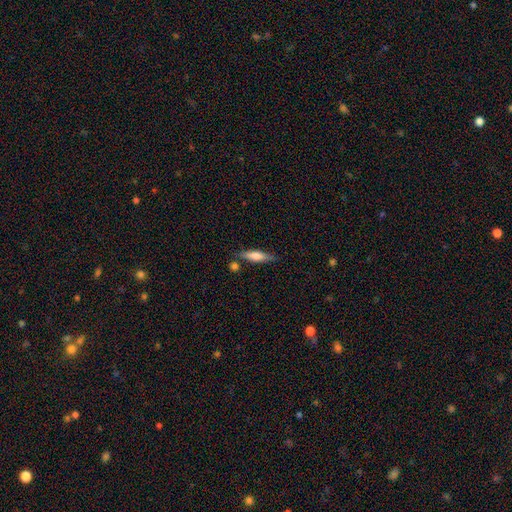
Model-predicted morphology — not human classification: A smooth galaxy with no disk features (60%) that is cigar-shaped (73%).

Vote fractions:
- Smooth or featured? smooth: 60% / featured or disk: 33% / star or artifact: 6%
- How rounded? cigar-shaped: 73% / in between: 25% / round: 2%
- Merging? none: 75% / minor disturbance: 14% / merger: 8% / major disturbance: 3%